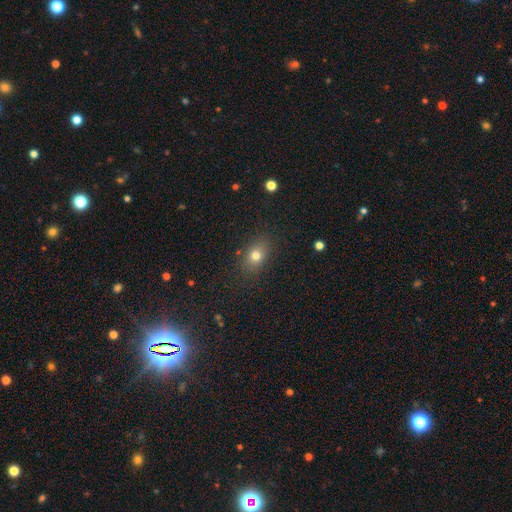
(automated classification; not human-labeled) Smooth or featured? smooth (75%)
How rounded? in between (67%)
Merging? none (83%)